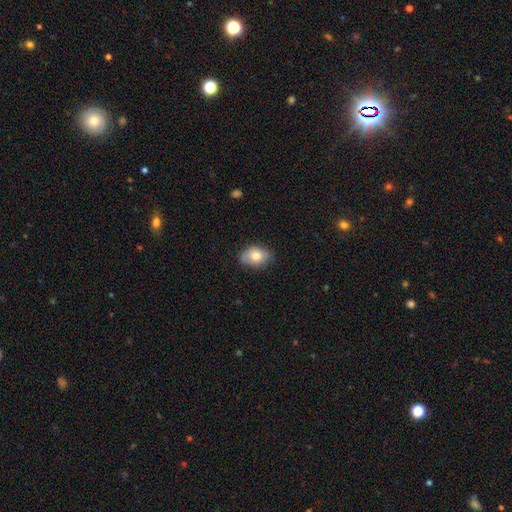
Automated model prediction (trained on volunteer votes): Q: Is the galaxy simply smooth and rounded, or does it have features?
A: smooth — 76%.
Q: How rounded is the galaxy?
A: in between — 76%.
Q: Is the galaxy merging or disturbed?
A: none — 72%.